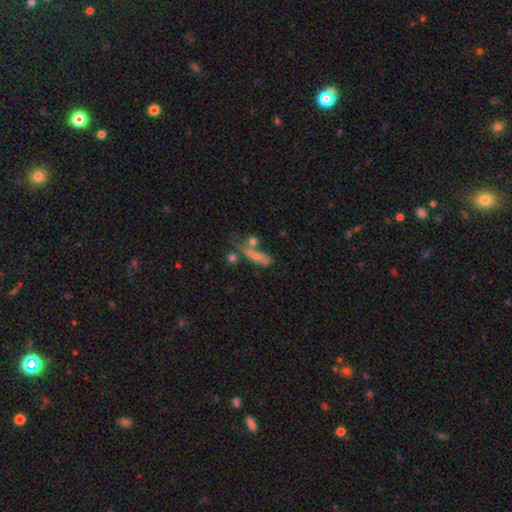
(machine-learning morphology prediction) type=smooth (65%); roundness=cigar-shaped (59%); merging=none (42%).